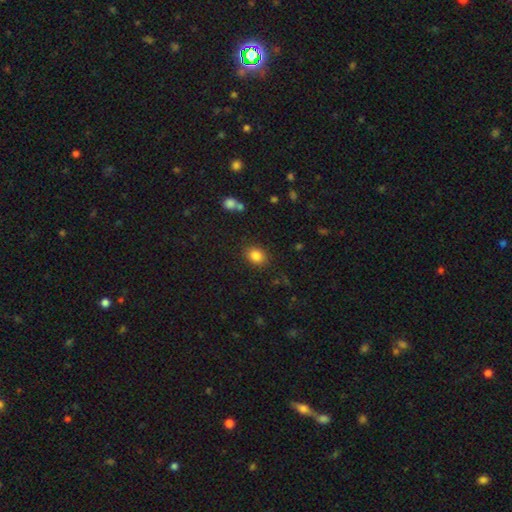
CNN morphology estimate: Overall: smooth (85%). How rounded: round (51%; in between 48%). Merging: none (86%).